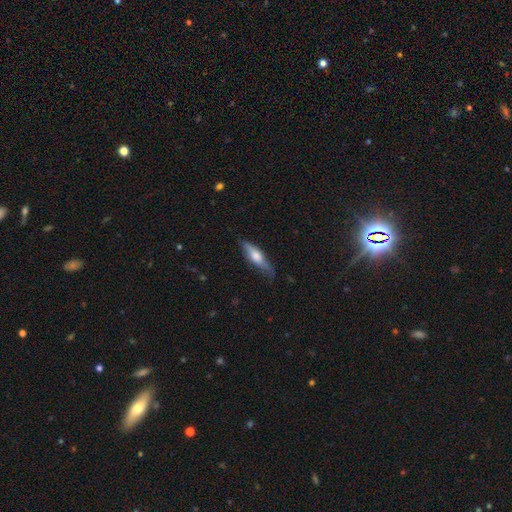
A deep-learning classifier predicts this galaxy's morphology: This is possibly a smooth galaxy (53%). How rounded: likely cigar-shaped (65%). Merging: likely none (74%).